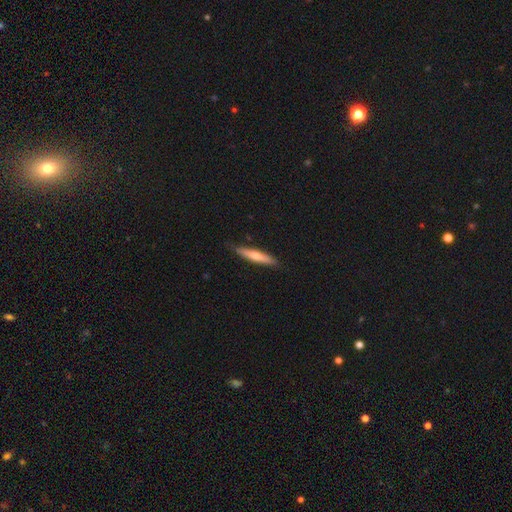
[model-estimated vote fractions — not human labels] Smooth or featured? smooth (58%)
How rounded? cigar-shaped (89%)
Merging? none (85%)